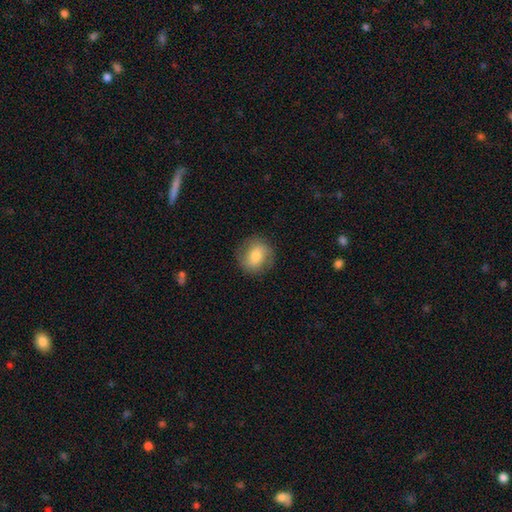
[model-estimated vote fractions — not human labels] Smooth or featured: smooth — 66% (featured or disk — 26%)
How rounded: round — 78% (in between — 21%)
Merging: none — 83% (minor disturbance — 11%)